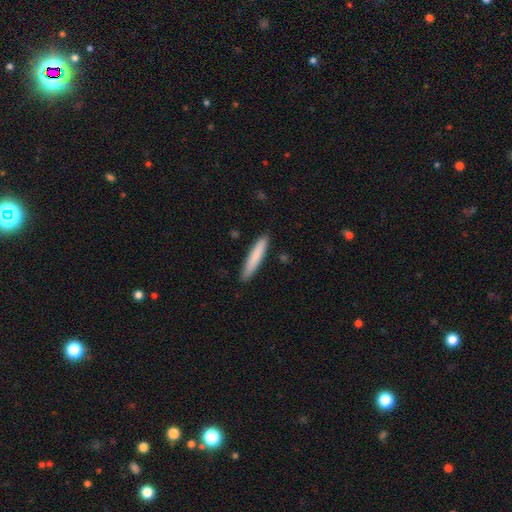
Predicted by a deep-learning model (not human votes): Overall: smooth (81%). How rounded: cigar-shaped (93%). Merging: none (89%).